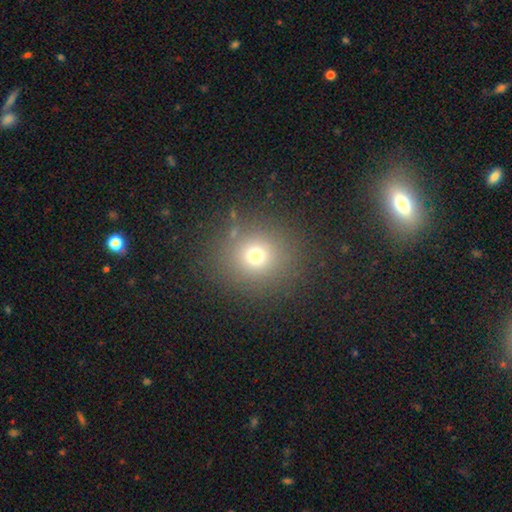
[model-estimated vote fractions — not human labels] Morphology: type=smooth (69%); roundness=round (88%); merging=none (86%).